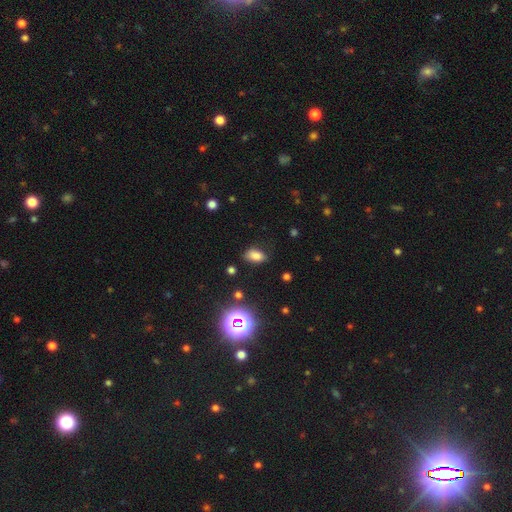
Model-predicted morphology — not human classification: Overall: smooth (75%). How rounded: in between (88%). Merging: none (76%).